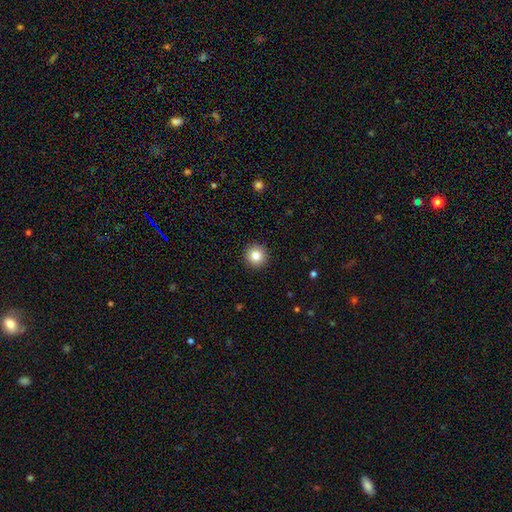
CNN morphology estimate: Smooth or featured: smooth — 84% (star or artifact — 10%)
How rounded: round — 95% (in between — 4%)
Merging: none — 93% (minor disturbance — 4%)